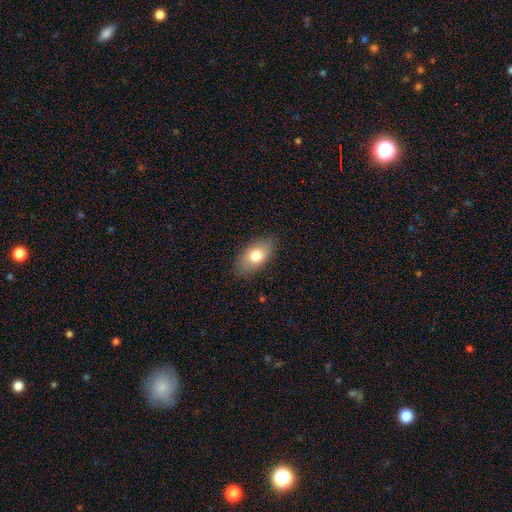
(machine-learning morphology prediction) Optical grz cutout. It shows a smooth galaxy with no disk features (76%) that is in between round and cigar-shaped (91%). Merging: none (84%).